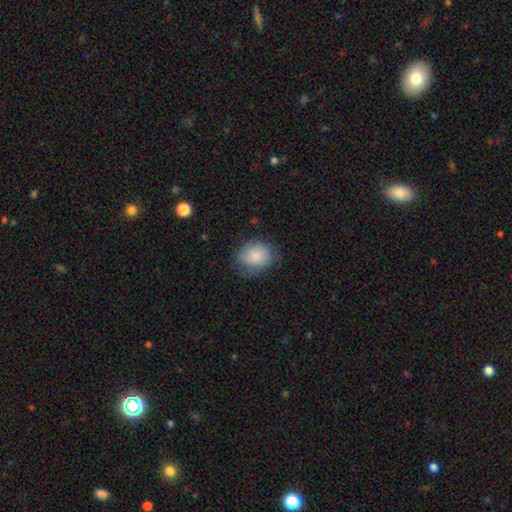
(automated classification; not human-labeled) The model was most divided on "how rounded": round: 56%, in between: 43%, cigar-shaped: 1%. More confident: smooth or featured — smooth (84%); merging — none (69%).